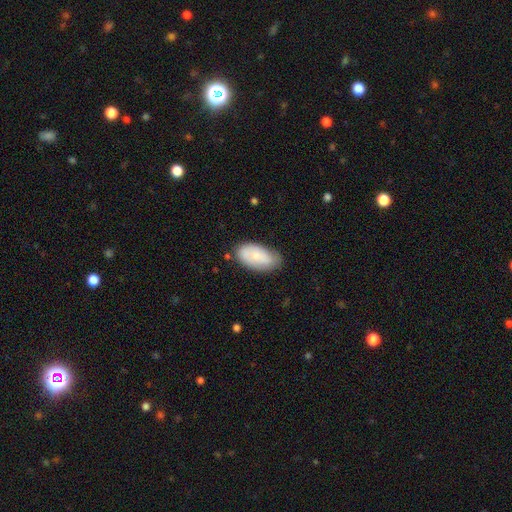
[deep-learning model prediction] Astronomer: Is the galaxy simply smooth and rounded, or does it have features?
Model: smooth — 70%.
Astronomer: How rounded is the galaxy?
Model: in between — 94%.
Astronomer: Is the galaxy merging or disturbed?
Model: none — 68%.